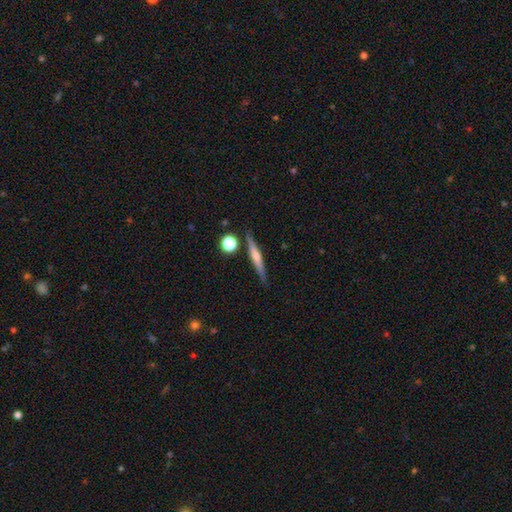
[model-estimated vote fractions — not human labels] Smooth or featured: featured or disk — 60% (smooth — 33%)
Edge-on disk: yes — 97% (no — 3%)
Edge-on bulge: rounded — 60% (none — 26%)
Merging: none — 87% (minor disturbance — 8%)